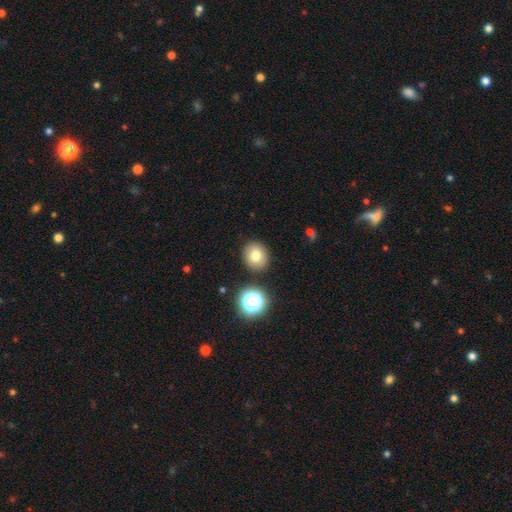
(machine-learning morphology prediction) type=smooth (77%); roundness=round (77%); merging=none (86%).